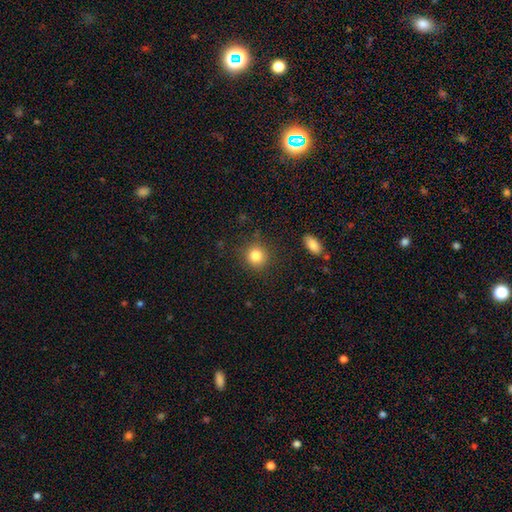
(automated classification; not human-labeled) Q: Smooth or featured?
A: smooth (84%); runner-up: star or artifact (10%)
Q: How rounded?
A: round (88%); runner-up: in between (11%)
Q: Merging?
A: none (86%); runner-up: minor disturbance (9%)